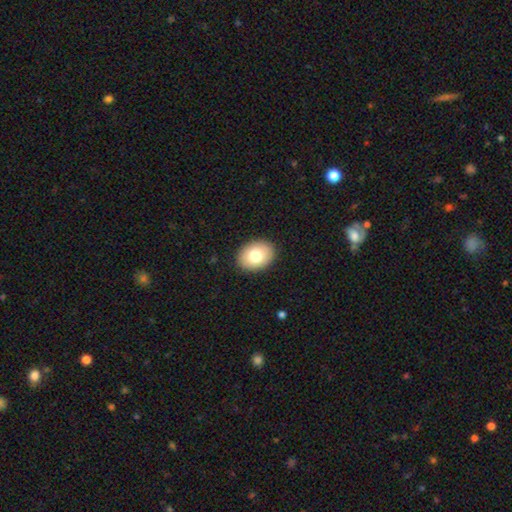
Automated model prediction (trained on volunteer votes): A smooth galaxy with no disk features (78%) that is in between round and cigar-shaped (66%).

Vote fractions:
- Smooth or featured? smooth: 78% / featured or disk: 14% / star or artifact: 8%
- How rounded? in between: 66% / round: 33% / cigar-shaped: 1%
- Merging? none: 90% / minor disturbance: 7% / major disturbance: 2% / merger: 1%